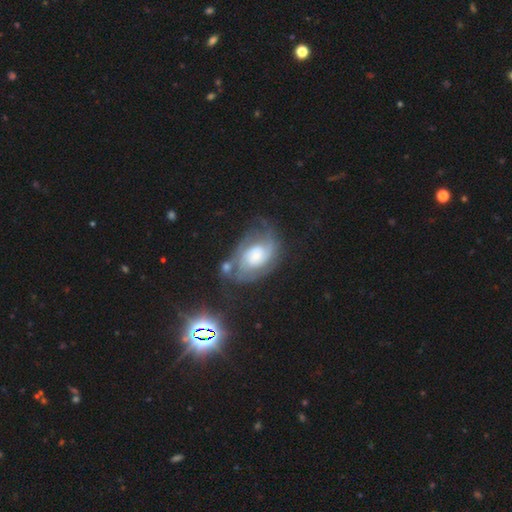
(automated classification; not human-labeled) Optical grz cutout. It shows a featured or disk galaxy (79%) with no bar (67%), 2 (52%) tight (44%) spiral arms (93%) and a large central bulge (32%). Merging: none (48%).